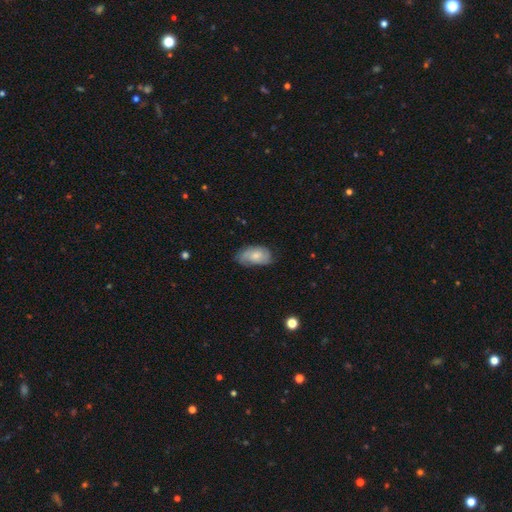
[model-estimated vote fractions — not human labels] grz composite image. It shows a smooth galaxy with no disk features (52%) that is in between round and cigar-shaped (91%). Merging: none (57%).